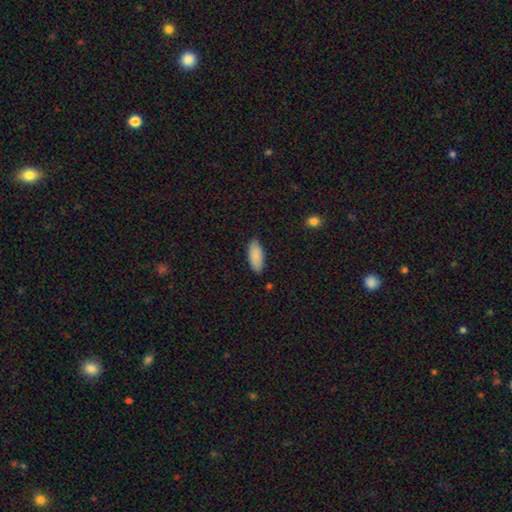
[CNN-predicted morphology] Q: Smooth or featured?
A: smooth (89%); runner-up: star or artifact (6%)
Q: How rounded?
A: in between (84%); runner-up: cigar-shaped (15%)
Q: Merging?
A: none (82%); runner-up: minor disturbance (14%)